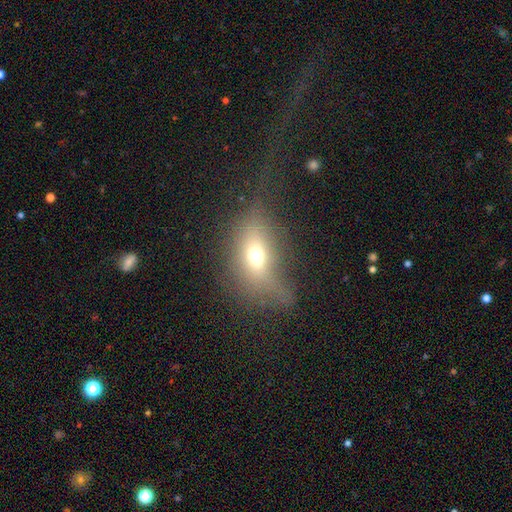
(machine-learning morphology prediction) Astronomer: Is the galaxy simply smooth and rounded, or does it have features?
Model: smooth — 55% (runner-up: featured or disk, 30%).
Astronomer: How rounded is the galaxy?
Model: in between — 69%.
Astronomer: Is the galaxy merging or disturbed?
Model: none — 43% (runner-up: major disturbance, 30%).